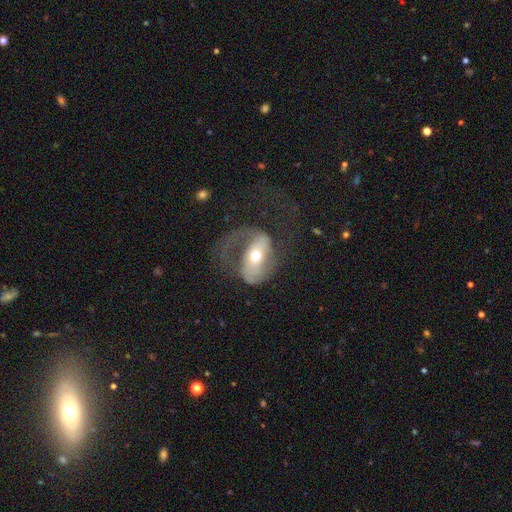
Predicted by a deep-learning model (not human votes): Overall: featured or disk (73%). Edge-on disk: no (94%). Bar: no (38%; strong 33%). Spiral arms: yes (82%). Spiral arm count: 2 (60%; 1 32%). Spiral winding: loose (53%; medium 34%). Bulge size: moderate (64%; small 29%). Merging: major disturbance (47%; none 35%).